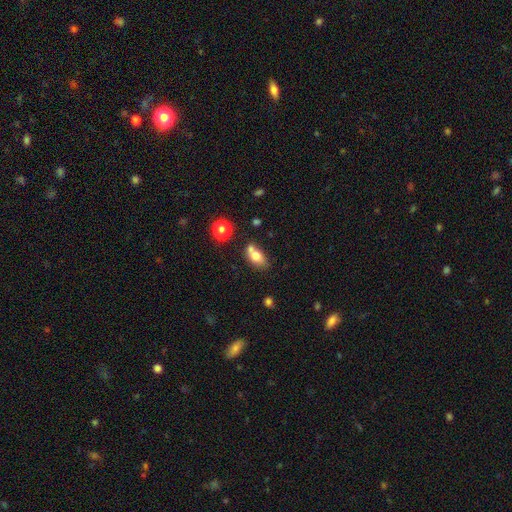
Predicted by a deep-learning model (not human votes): smooth 74%, featured or disk 16%, star or artifact 10%. Down the decision tree: how rounded — in between (77%); merging — none (43%).